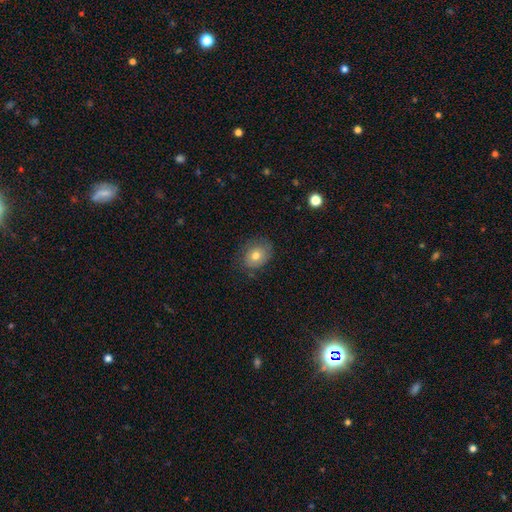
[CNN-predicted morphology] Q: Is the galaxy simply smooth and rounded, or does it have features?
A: smooth — 72%.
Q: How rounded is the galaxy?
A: in between — 52%.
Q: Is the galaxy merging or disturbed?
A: none — 72%.